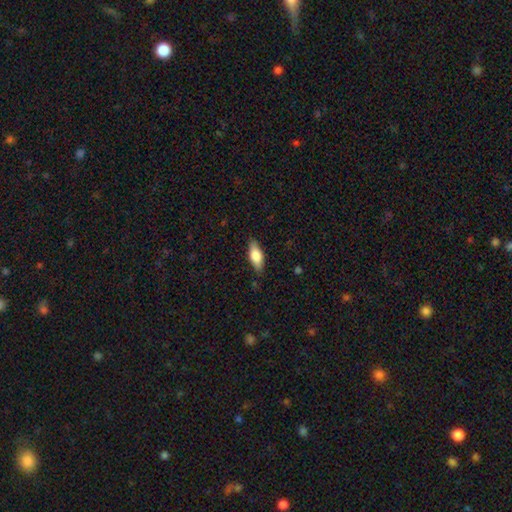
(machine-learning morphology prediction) This is likely a smooth galaxy (71%). How rounded: likely in between (74%). Merging: clearly none (83%).